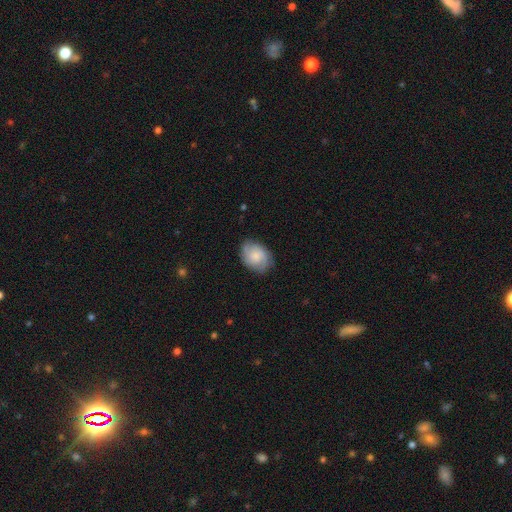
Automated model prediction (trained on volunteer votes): featured or disk 49%, smooth 43%, star or artifact 8%. Down the decision tree: merging — none (77%).